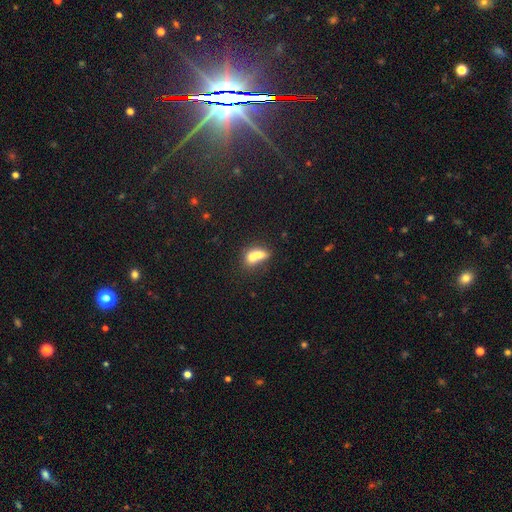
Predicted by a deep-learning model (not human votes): A smooth galaxy with no disk features (67%) that is in between round and cigar-shaped (58%). Merging: merger (72%).